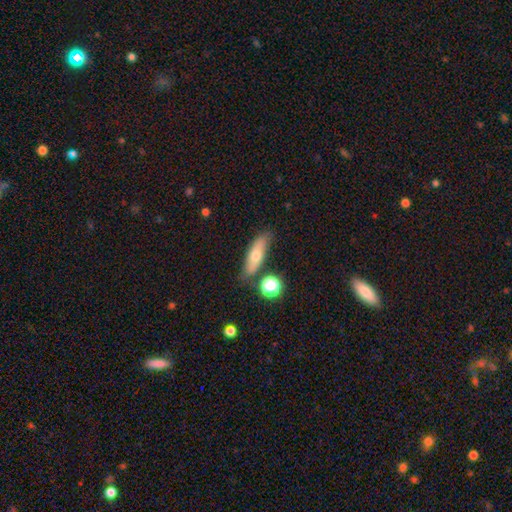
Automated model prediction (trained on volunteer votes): Overall: smooth (63%; featured or disk 28%). How rounded: in between (50%; cigar-shaped 45%). Merging: none (74%).